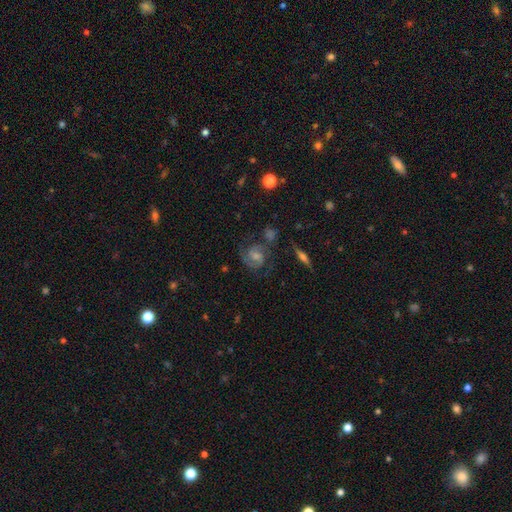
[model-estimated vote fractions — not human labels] Smooth or featured: featured or disk — 83% (smooth — 10%)
Edge-on disk: no — 97% (yes — 3%)
Bar: no — 45% (weak — 44%)
Spiral arms: yes — 97% (no — 3%)
Spiral winding: medium — 49% (tight — 41%)
Spiral arm count: 2 — 87% (can't tell — 5%)
Bulge size: moderate — 43% (small — 36%)
Merging: none — 68% (minor disturbance — 16%)